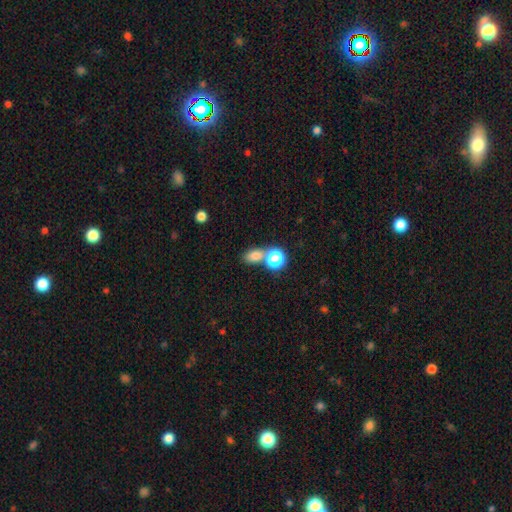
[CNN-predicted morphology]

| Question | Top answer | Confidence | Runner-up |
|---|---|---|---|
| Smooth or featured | smooth | 75% | star or artifact (17%) |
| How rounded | in between | 67% | round (31%) |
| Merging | none | 55% | merger (31%) |